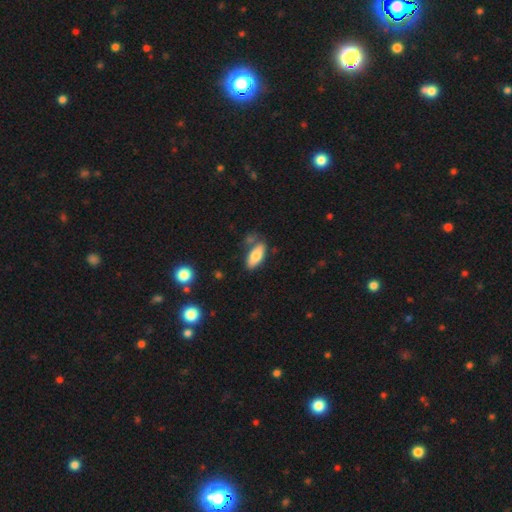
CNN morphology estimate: smooth-or-featured: smooth: 75% | featured or disk: 19% | star or artifact: 6%
  how-rounded: in between: 79% | cigar-shaped: 18% | round: 2%
  merging: none: 69% | minor disturbance: 17% | merger: 9% | major disturbance: 4%